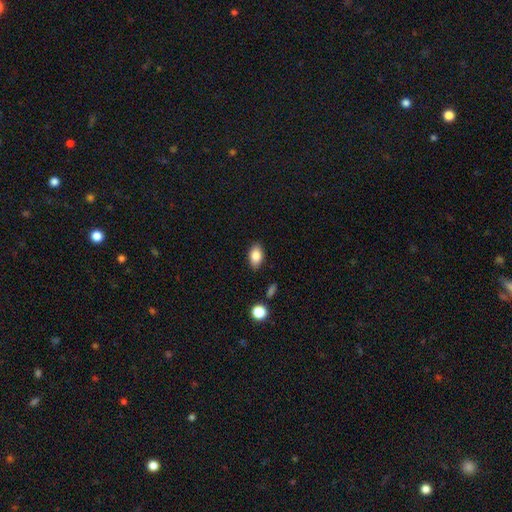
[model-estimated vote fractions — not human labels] Smooth or featured: smooth — 84% (star or artifact — 8%)
How rounded: in between — 89% (round — 9%)
Merging: none — 86% (minor disturbance — 10%)